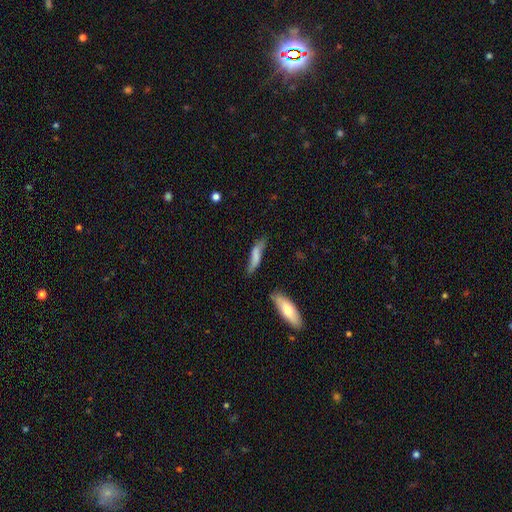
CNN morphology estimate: Smooth or featured? smooth (66%)
How rounded? cigar-shaped (69%)
Merging? none (58%)